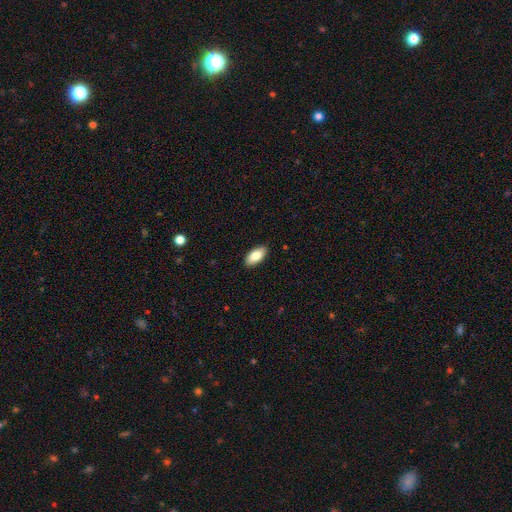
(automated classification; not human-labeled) A smooth galaxy with no disk features (83%) that is in between round and cigar-shaped (91%).

Vote fractions:
- Smooth or featured? smooth: 83% / featured or disk: 11% / star or artifact: 6%
- How rounded? in between: 91% / cigar-shaped: 6% / round: 2%
- Merging? none: 89% / minor disturbance: 8% / major disturbance: 2% / merger: 1%